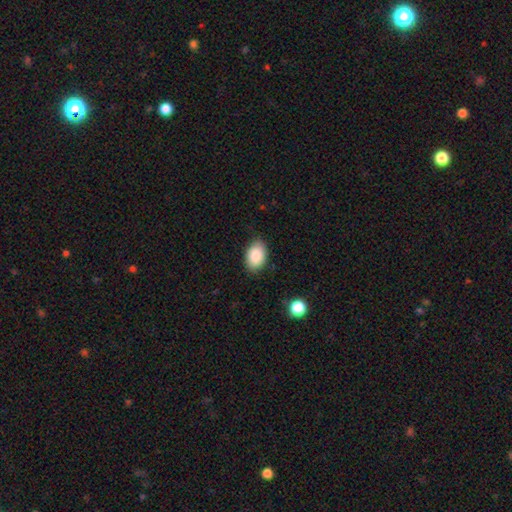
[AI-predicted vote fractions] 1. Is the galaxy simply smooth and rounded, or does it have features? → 88% smooth, 7% star or artifact, 5% featured or disk.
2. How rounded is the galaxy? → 88% in between, 11% round, 1% cigar-shaped.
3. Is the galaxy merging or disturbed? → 82% none, 14% minor disturbance, 3% major disturbance, 1% merger.